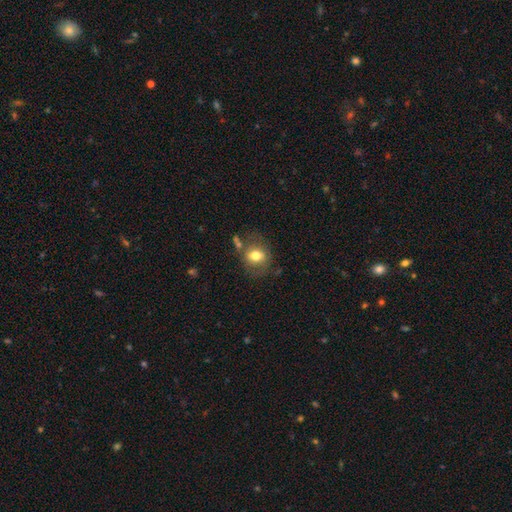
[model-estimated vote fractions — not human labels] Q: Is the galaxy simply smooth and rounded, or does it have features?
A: smooth — 70%.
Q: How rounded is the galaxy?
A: round — 58%.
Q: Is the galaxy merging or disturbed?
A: none — 64%.